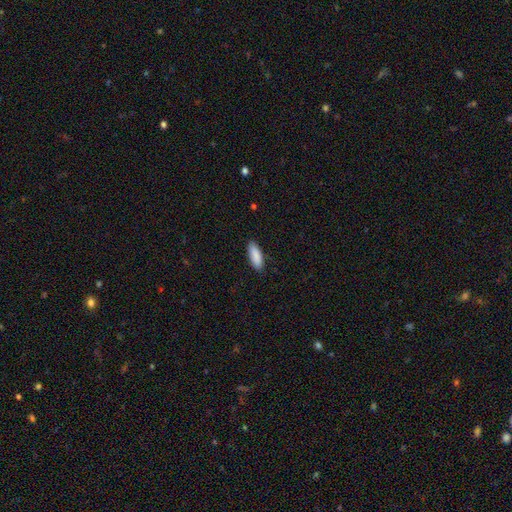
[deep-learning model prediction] smooth_or_featured: smooth (p=0.90) [alt: star or artifact p=0.05]
how_rounded: in between (p=0.66) [alt: cigar-shaped p=0.33]
merging: none (p=0.88) [alt: minor disturbance p=0.09]